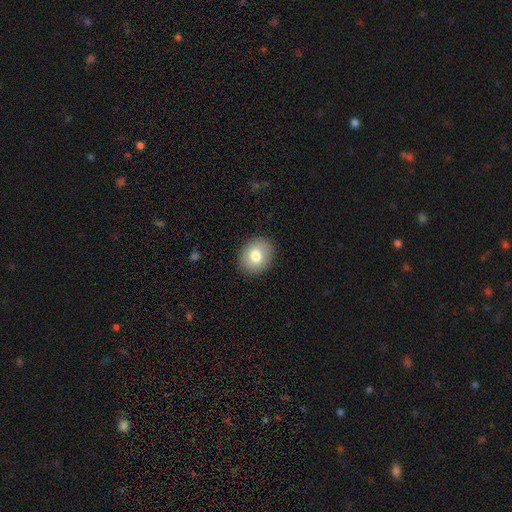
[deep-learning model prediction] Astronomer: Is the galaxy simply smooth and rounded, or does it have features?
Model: smooth — 78%.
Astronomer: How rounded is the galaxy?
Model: round — 52% (runner-up: in between, 47%).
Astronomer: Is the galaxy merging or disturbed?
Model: none — 89%.